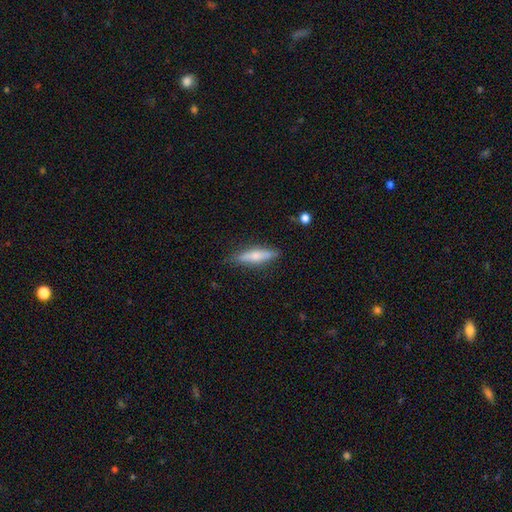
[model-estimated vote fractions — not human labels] The model was most divided on "smooth or featured": smooth: 60%, featured or disk: 34%, star or artifact: 6%. More confident: merging — none (83%); how rounded — cigar-shaped (74%).